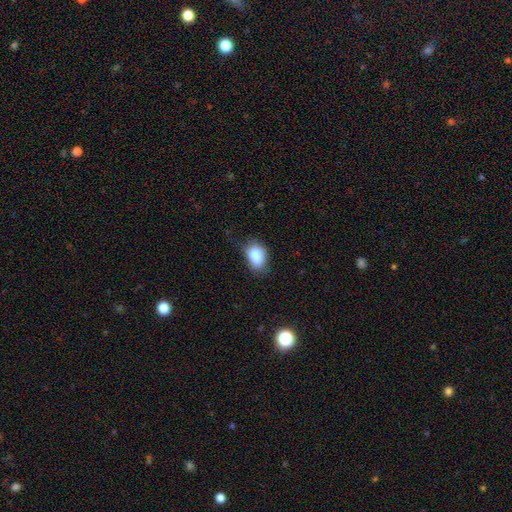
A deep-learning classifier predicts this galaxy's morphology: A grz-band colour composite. It shows a smooth galaxy with no disk features (85%) that is in between round and cigar-shaped (86%). Merging: none (69%).